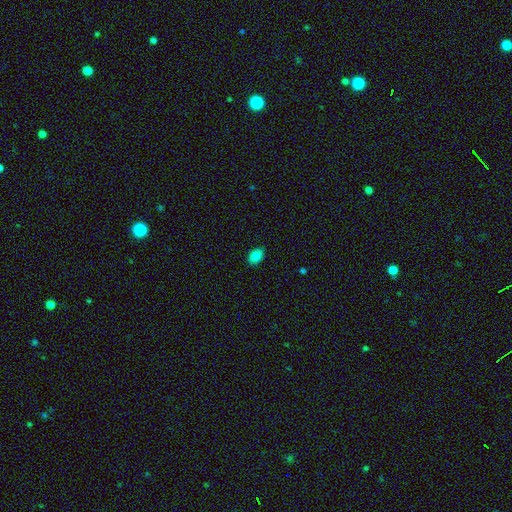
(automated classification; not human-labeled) This appears to be a smooth galaxy with no disk features (86%) that is in between round and cigar-shaped (87%). Merging: none (86%).